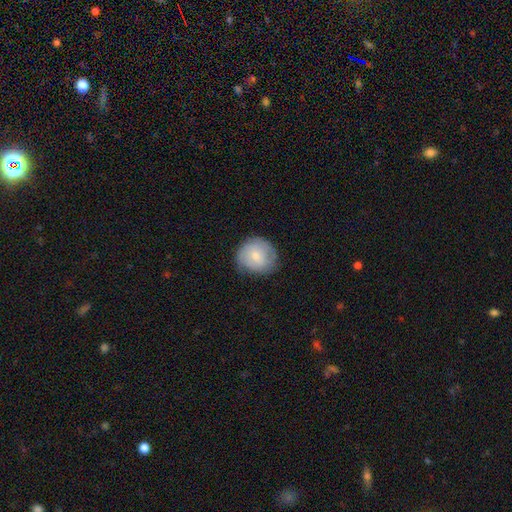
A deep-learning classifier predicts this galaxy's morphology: smooth_or_featured: smooth (p=0.56) [alt: featured or disk p=0.37]
how_rounded: round (p=0.85) [alt: in between p=0.14]
merging: none (p=0.75) [alt: minor disturbance p=0.19]